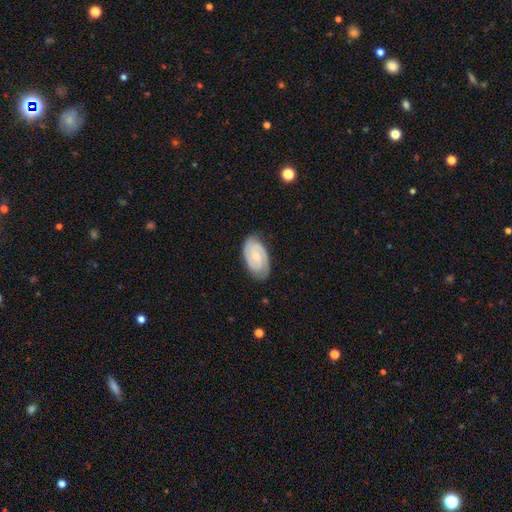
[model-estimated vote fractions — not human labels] Smooth or featured?
  - featured or disk: 75% *
  - smooth: 19%
  - star or artifact: 6%
Edge-on disk?
  - no: 97% *
  - yes: 3%
Bar?
  - no: 50% *
  - weak: 41%
  - strong: 9%
Spiral arms?
  - yes: 96% *
  - no: 4%
Spiral winding?
  - tight: 65% *
  - medium: 29%
  - loose: 6%
Spiral arm count?
  - 2: 79% *
  - can't tell: 10%
  - 3: 6%
  - 1: 2%
  - 4: 1%
  - more than 4: 1%
Bulge size?
  - small: 61% *
  - moderate: 21%
  - none: 16%
  - large: 2%
  - dominant: 1%
Merging?
  - none: 80% *
  - minor disturbance: 16%
  - major disturbance: 3%
  - merger: 1%